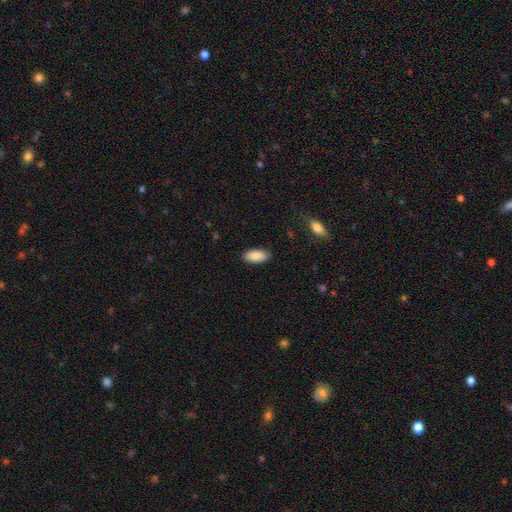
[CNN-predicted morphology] This appears to be a smooth galaxy with no disk features (88%) that is in between round and cigar-shaped (91%). Merging: none (87%).